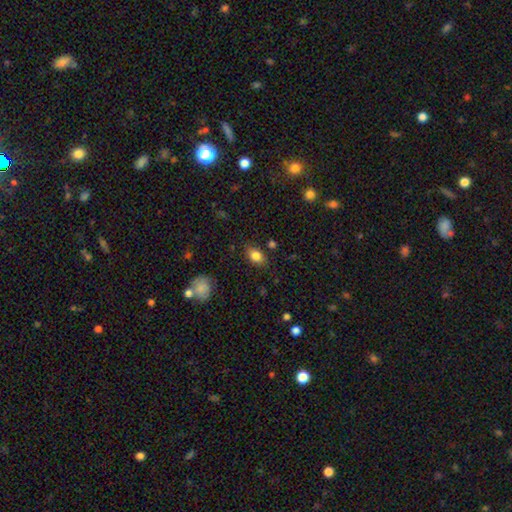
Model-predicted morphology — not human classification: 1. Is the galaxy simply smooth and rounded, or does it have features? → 82% smooth, 9% star or artifact, 8% featured or disk.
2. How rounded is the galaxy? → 79% in between, 19% round, 2% cigar-shaped.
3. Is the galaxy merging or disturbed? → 80% none, 15% minor disturbance, 3% major disturbance, 2% merger.